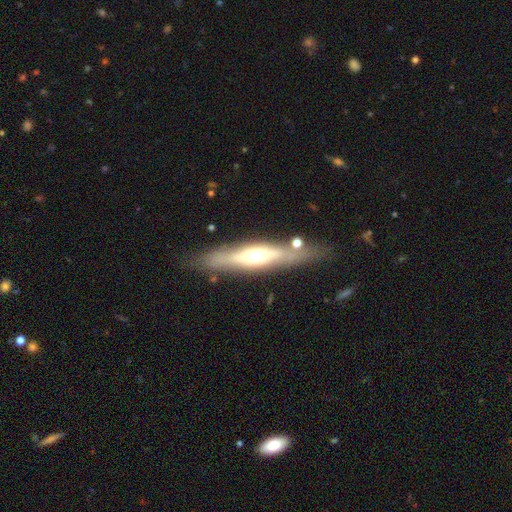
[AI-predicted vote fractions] A featured or disk galaxy (60%) viewed edge-on (84%) with a rounded central bulge (87%). Merging: none (78%).